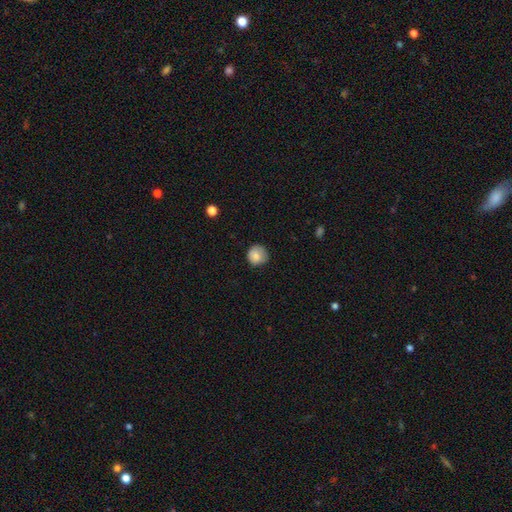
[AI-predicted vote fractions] Smooth or featured? smooth (82%)
How rounded? round (91%)
Merging? none (77%)